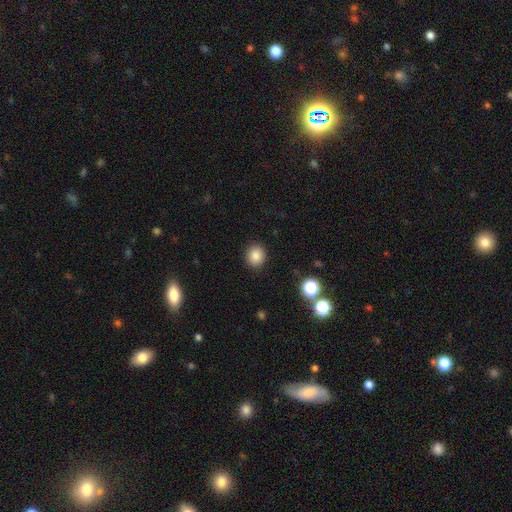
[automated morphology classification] smooth 85%, star or artifact 10%, featured or disk 4%. Down the decision tree: how rounded — round (74%); merging — none (90%).